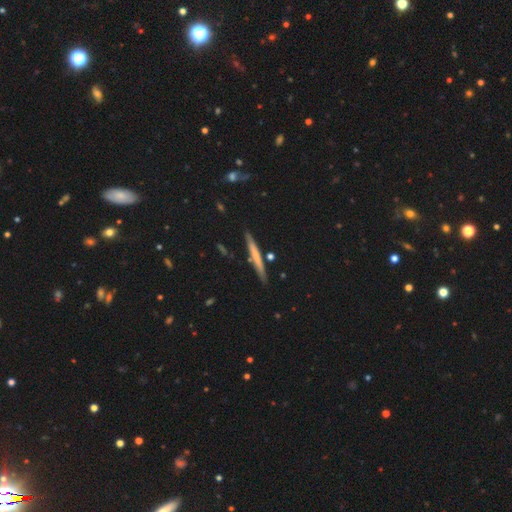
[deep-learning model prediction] Q: Smooth or featured?
A: smooth (53%); runner-up: featured or disk (41%)
Q: How rounded?
A: cigar-shaped (96%); runner-up: in between (3%)
Q: Merging?
A: none (86%); runner-up: minor disturbance (9%)